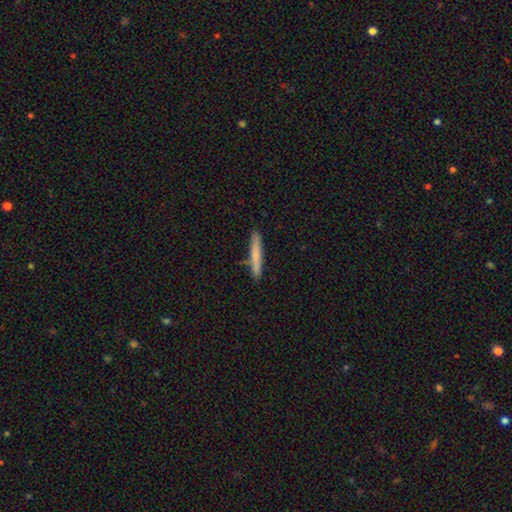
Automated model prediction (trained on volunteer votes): Smooth or featured? Predicted: smooth (p=0.74). How rounded? Predicted: cigar-shaped (p=0.95). Merging? Predicted: none (p=0.89).